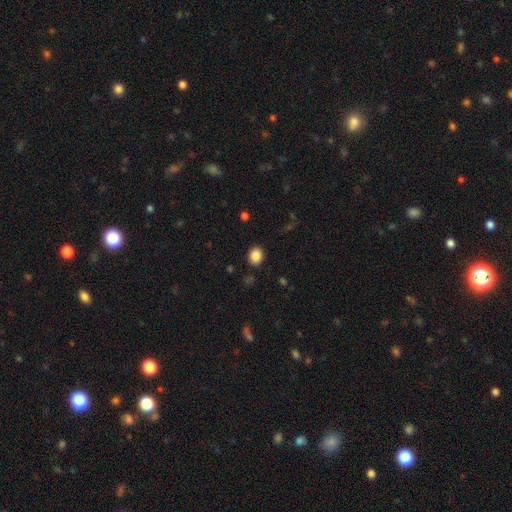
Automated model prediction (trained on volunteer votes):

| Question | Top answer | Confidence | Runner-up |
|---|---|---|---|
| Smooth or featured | smooth | 87% | star or artifact (9%) |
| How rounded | round | 55% | in between (44%) |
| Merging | none | 88% | minor disturbance (8%) |